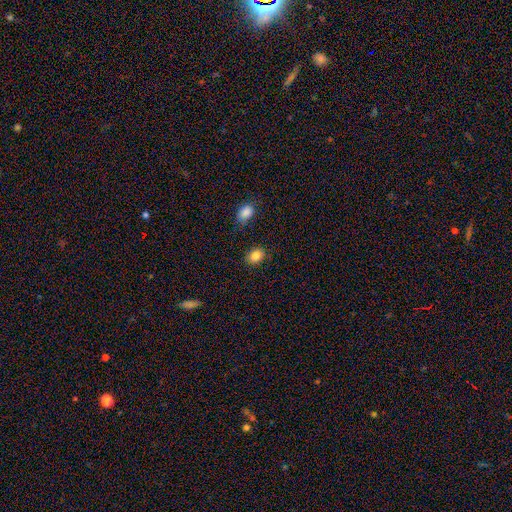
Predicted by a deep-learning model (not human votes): Q: Smooth or featured?
A: smooth (85%); runner-up: star or artifact (10%)
Q: How rounded?
A: in between (65%); runner-up: round (34%)
Q: Merging?
A: none (83%); runner-up: minor disturbance (12%)